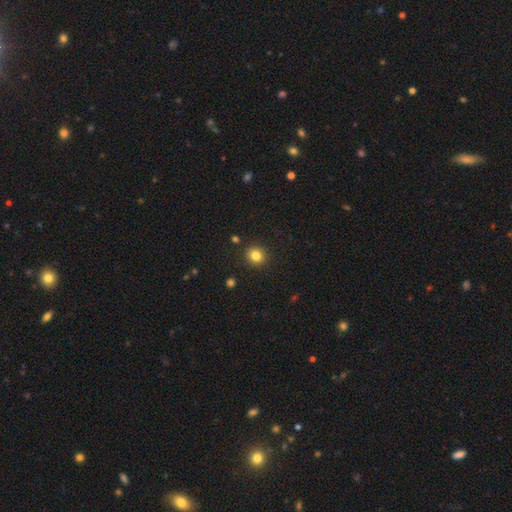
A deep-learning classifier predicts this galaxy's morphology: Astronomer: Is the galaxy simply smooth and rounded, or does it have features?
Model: smooth — 83%.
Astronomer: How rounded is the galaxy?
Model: round — 87%.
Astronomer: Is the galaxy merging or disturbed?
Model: none — 91%.